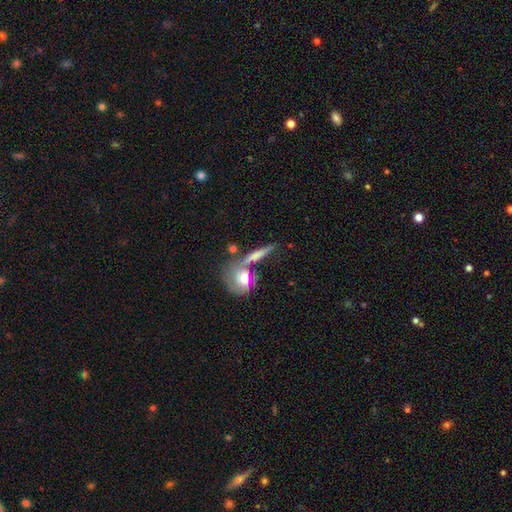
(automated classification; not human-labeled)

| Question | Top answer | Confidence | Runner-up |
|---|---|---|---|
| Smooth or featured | smooth | 58% | featured or disk (34%) |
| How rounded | cigar-shaped | 63% | in between (19%) |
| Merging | none | 58% | merger (22%) |